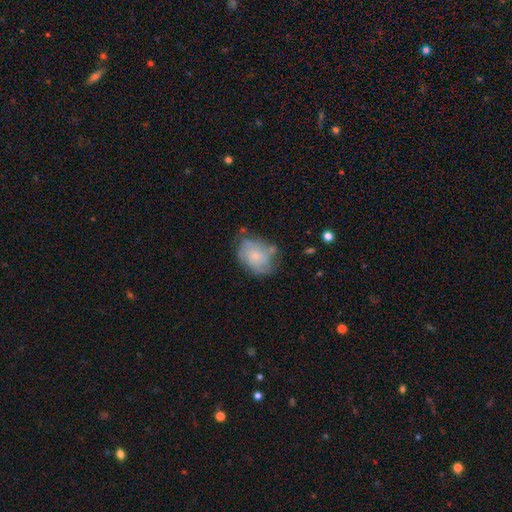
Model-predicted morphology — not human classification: This appears to be a featured or disk galaxy (46%, tied with smooth). Merging: none (50%).